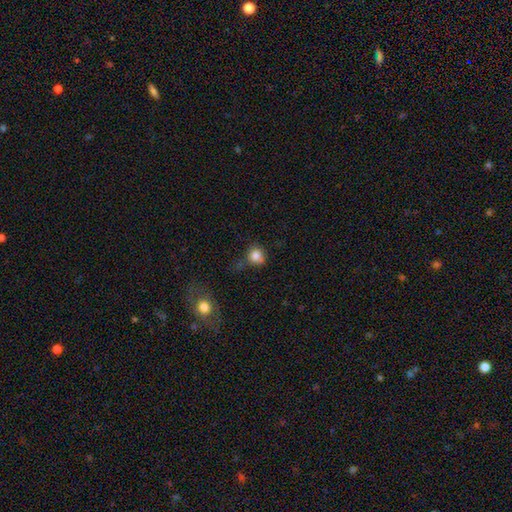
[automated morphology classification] Smooth or featured?
  - smooth: 82% *
  - star or artifact: 11%
  - featured or disk: 7%
How rounded?
  - round: 85% *
  - in between: 14%
  - cigar-shaped: 1%
Merging?
  - none: 59% *
  - minor disturbance: 22%
  - merger: 11%
  - major disturbance: 9%